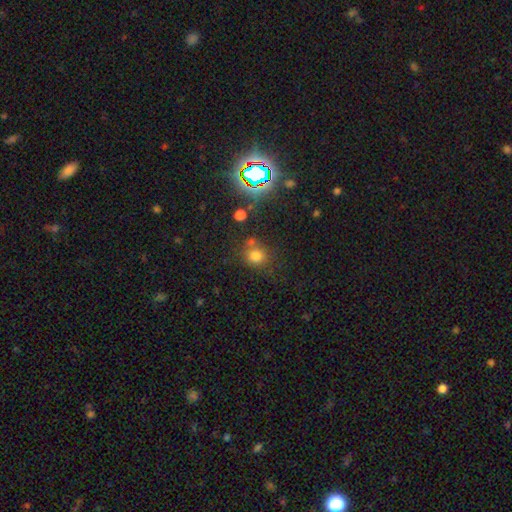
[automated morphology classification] Q: Smooth or featured?
A: smooth (73%); runner-up: star or artifact (19%)
Q: How rounded?
A: round (82%); runner-up: in between (17%)
Q: Merging?
A: none (63%); runner-up: merger (17%)